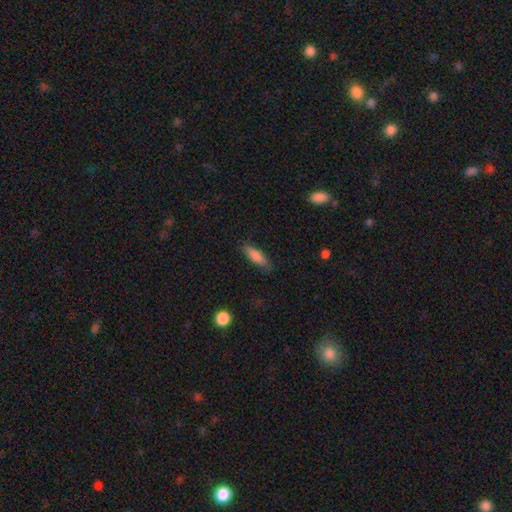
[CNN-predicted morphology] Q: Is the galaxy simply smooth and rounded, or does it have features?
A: smooth — 82%.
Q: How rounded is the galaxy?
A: cigar-shaped — 55%.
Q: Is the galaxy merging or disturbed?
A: none — 82%.